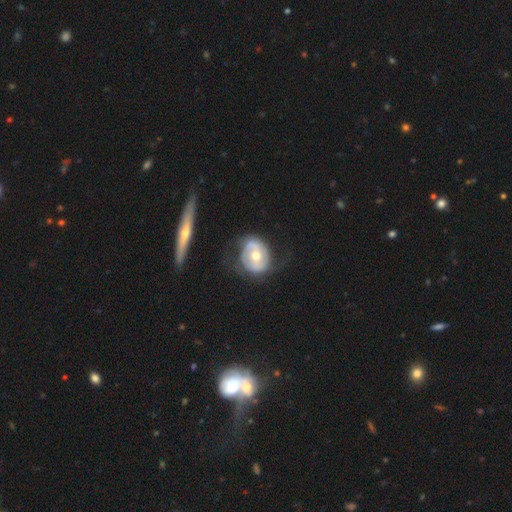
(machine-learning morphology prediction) The model was most divided on "spiral arms": yes: 60%, no: 40%. More confident: edge-on disk — no (94%); bulge size — moderate (74%); smooth or featured — featured or disk (66%); merging — none (60%); bar — no (57%).